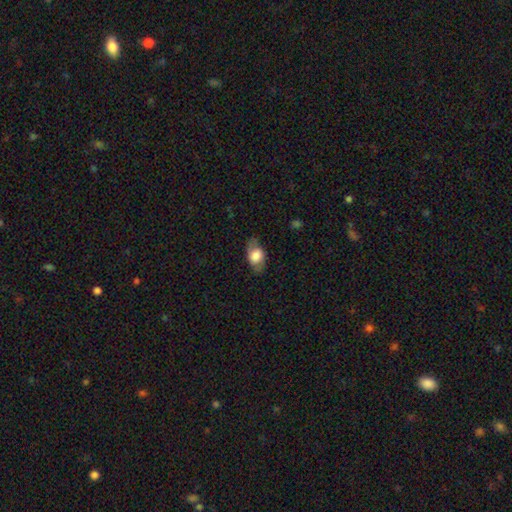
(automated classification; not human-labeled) Smooth or featured?
  - smooth: 66% *
  - featured or disk: 27%
  - star or artifact: 7%
How rounded?
  - in between: 86% *
  - round: 11%
  - cigar-shaped: 3%
Merging?
  - none: 75% *
  - minor disturbance: 17%
  - major disturbance: 6%
  - merger: 1%